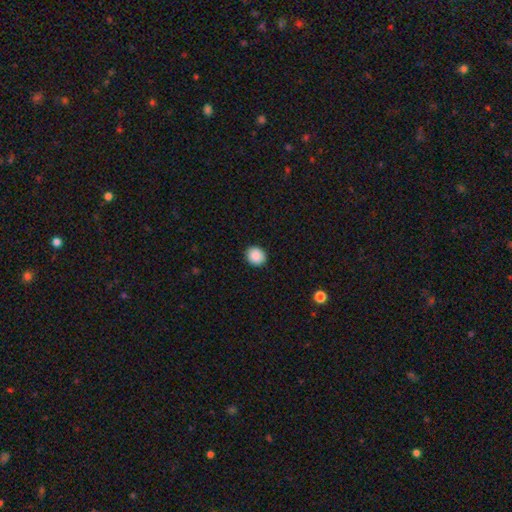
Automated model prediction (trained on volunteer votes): A smooth galaxy with no disk features (89%) that is round (81%).

Vote fractions:
- Smooth or featured? smooth: 89% / star or artifact: 8% / featured or disk: 3%
- How rounded? round: 81% / in between: 18% / cigar-shaped: 1%
- Merging? none: 92% / minor disturbance: 6% / major disturbance: 2% / merger: 1%